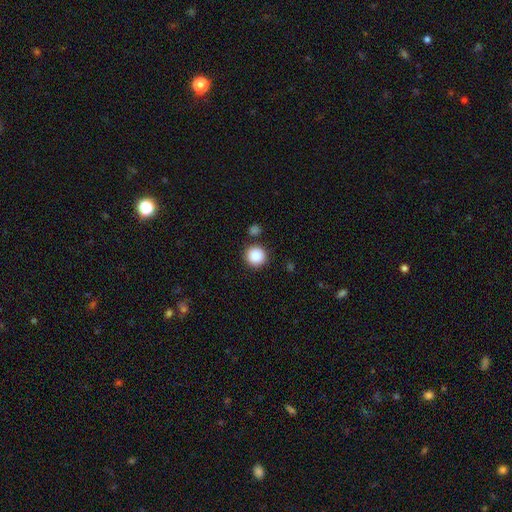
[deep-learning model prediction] Smooth or featured?
  - smooth: 88% *
  - star or artifact: 9%
  - featured or disk: 3%
How rounded?
  - round: 94% *
  - in between: 5%
  - cigar-shaped: 1%
Merging?
  - none: 85% *
  - minor disturbance: 7%
  - merger: 5%
  - major disturbance: 3%